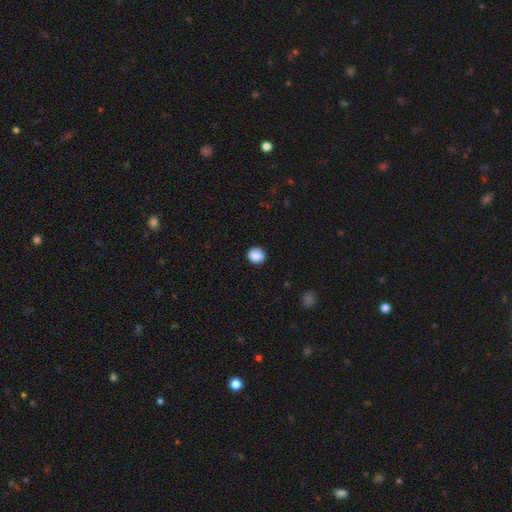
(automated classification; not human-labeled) smooth 88%, star or artifact 9%, featured or disk 3%. Down the decision tree: how rounded — round (85%); merging — none (88%).